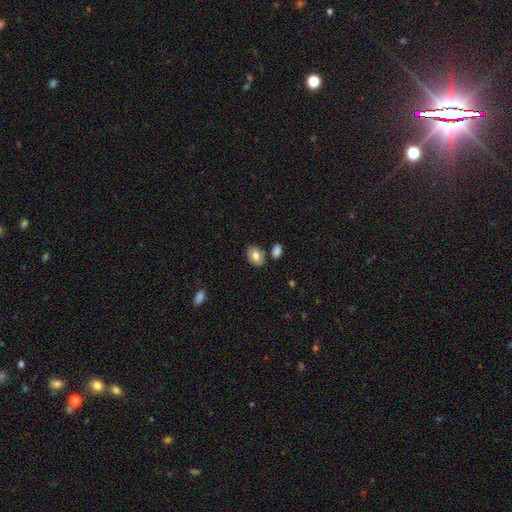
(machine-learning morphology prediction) A smooth galaxy with no disk features (77%) that is in between round and cigar-shaped (81%).

Vote fractions:
- Smooth or featured? smooth: 77% / featured or disk: 16% / star or artifact: 7%
- How rounded? in between: 81% / round: 18% / cigar-shaped: 1%
- Merging? none: 75% / minor disturbance: 12% / merger: 9% / major disturbance: 3%